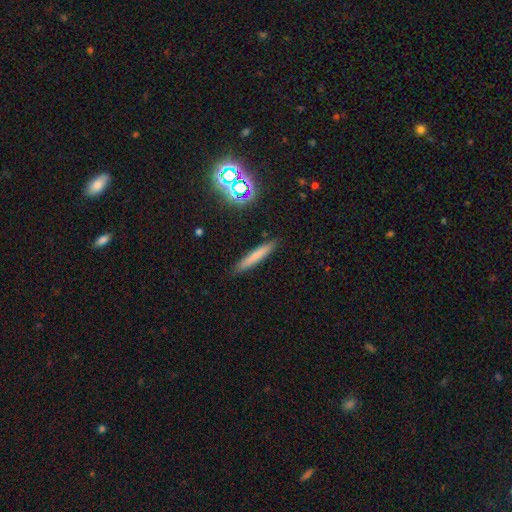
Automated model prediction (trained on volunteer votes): A smooth galaxy with no disk features (68%) that is cigar-shaped (93%).

Vote fractions:
- Smooth or featured? smooth: 68% / featured or disk: 20% / star or artifact: 12%
- How rounded? cigar-shaped: 93% / in between: 5% / round: 2%
- Merging? none: 89% / minor disturbance: 8% / major disturbance: 2% / merger: 1%